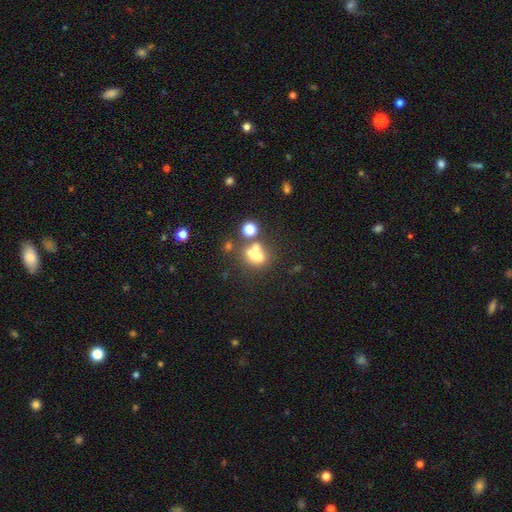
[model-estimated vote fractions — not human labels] Smooth or featured? smooth (55%)
How rounded? round (67%)
Merging? merger (48%)